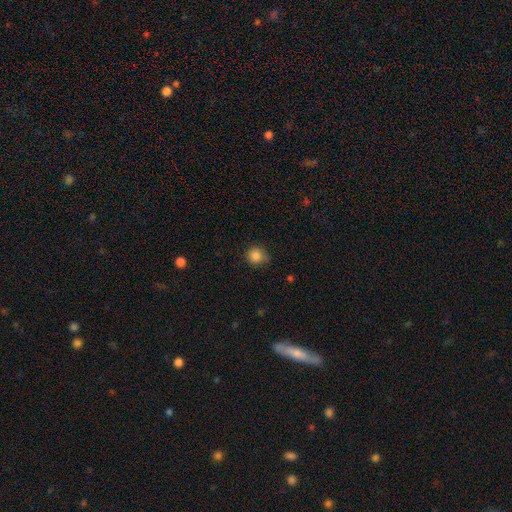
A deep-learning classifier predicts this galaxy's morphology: smooth 86%, star or artifact 10%, featured or disk 4%. Down the decision tree: how rounded — round (92%); merging — none (74%).